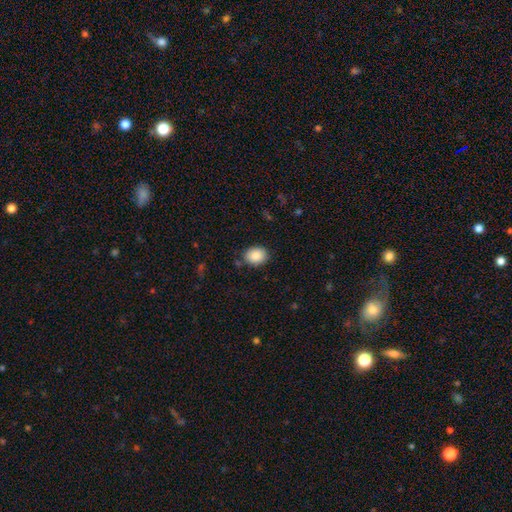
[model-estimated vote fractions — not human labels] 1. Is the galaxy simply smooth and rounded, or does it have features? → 87% smooth, 8% star or artifact, 5% featured or disk.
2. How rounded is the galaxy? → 50% round (tied), 50% in between (tied), 1% cigar-shaped.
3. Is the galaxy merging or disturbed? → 84% none, 11% minor disturbance, 3% major disturbance, 2% merger.